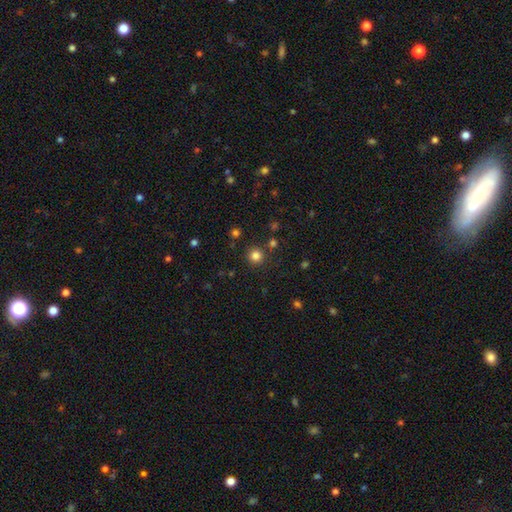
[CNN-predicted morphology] Overall: smooth (81%). How rounded: round (95%). Merging: none (88%).